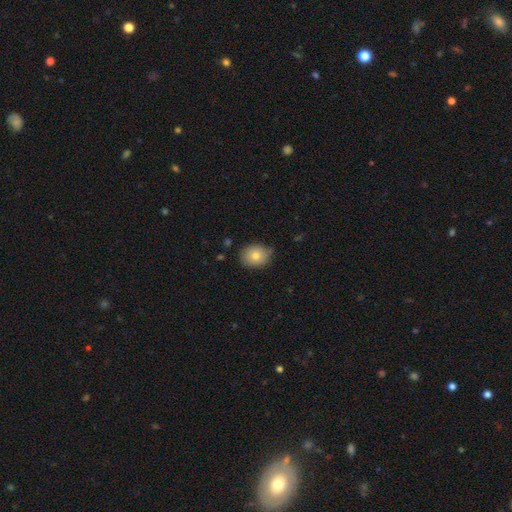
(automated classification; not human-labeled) The model was most divided on "how rounded": round: 57%, in between: 42%, cigar-shaped: 1%. More confident: smooth or featured — smooth (80%); merging — none (76%).